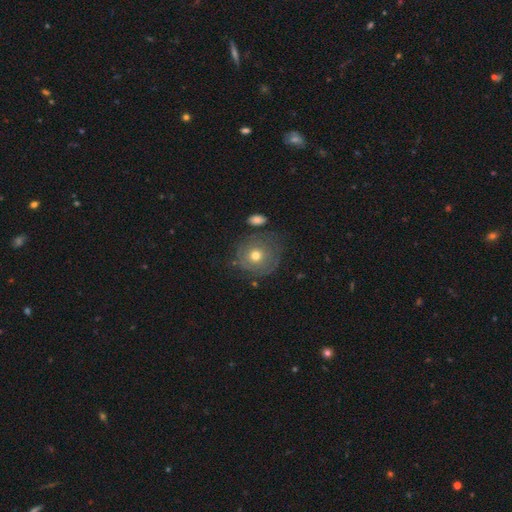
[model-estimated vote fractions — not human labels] smooth 51%, featured or disk 40%, star or artifact 9%. Down the decision tree: how rounded — round (86%); merging — none (65%).